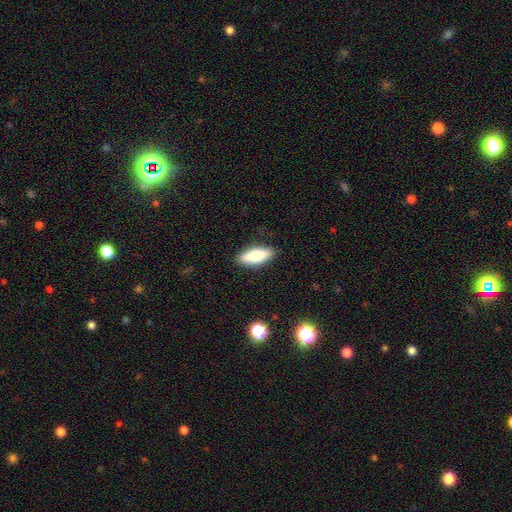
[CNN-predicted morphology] Smooth or featured: smooth — 68% (featured or disk — 26%)
How rounded: in between — 69% (cigar-shaped — 29%)
Merging: none — 89% (minor disturbance — 8%)